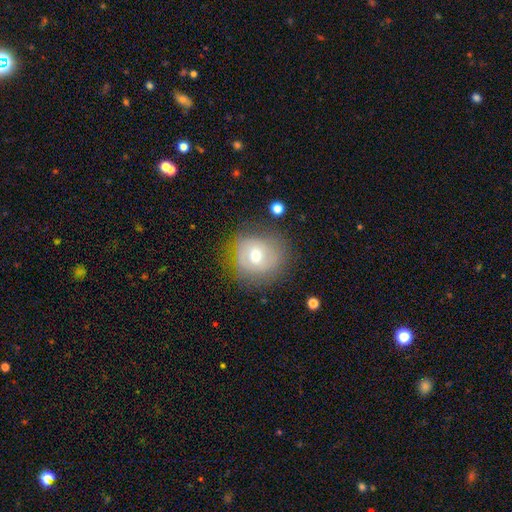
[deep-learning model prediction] smooth_or_featured: smooth (p=0.51) [alt: featured or disk p=0.38]
how_rounded: round (p=0.84) [alt: in between p=0.15]
merging: none (p=0.64) [alt: minor disturbance p=0.23]